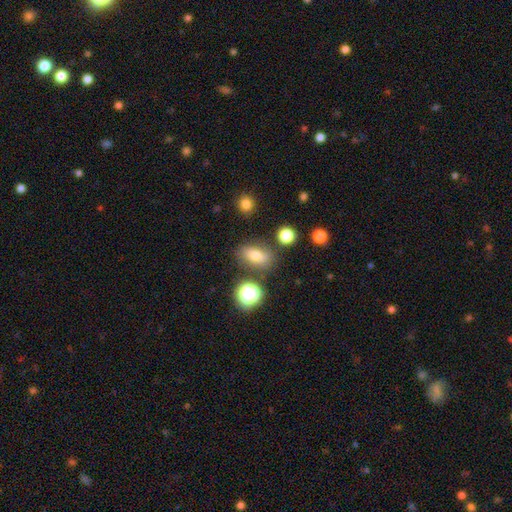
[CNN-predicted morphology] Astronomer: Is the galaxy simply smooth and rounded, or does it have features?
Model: smooth — 68%.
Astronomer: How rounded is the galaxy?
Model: in between — 78%.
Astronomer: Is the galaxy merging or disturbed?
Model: none — 73%.